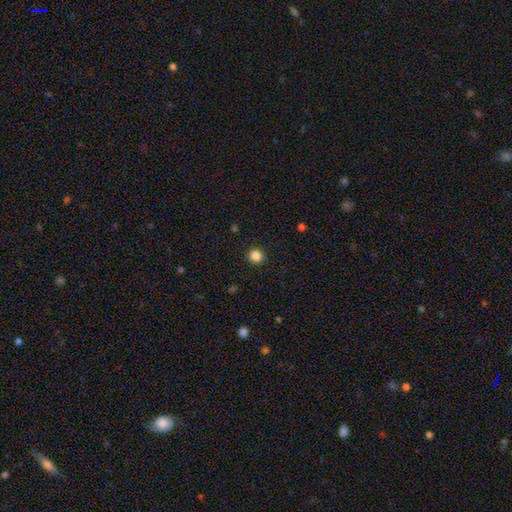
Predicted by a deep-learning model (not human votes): Smooth or featured?
  - smooth: 85% *
  - star or artifact: 11%
  - featured or disk: 4%
How rounded?
  - round: 84% *
  - in between: 15%
  - cigar-shaped: 1%
Merging?
  - none: 91% *
  - minor disturbance: 6%
  - major disturbance: 2%
  - merger: 1%